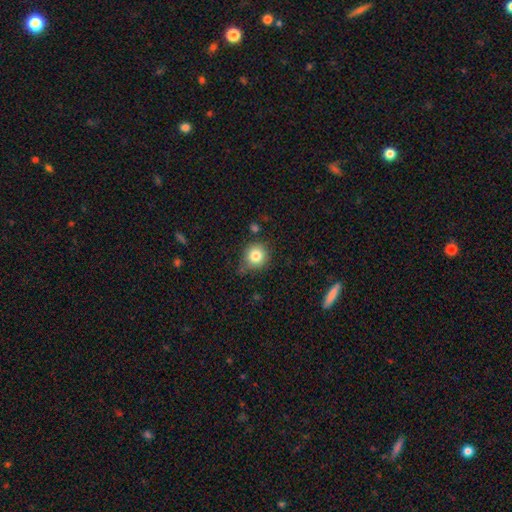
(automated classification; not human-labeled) A smooth galaxy with no disk features (81%) that is round (89%). Merging: none (72%).